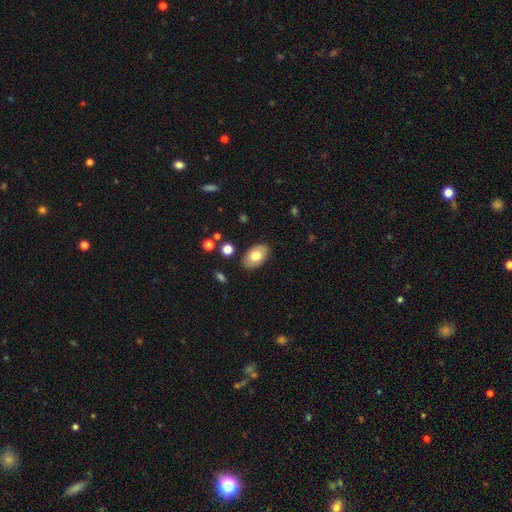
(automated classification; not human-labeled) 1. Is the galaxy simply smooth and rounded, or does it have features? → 74% smooth, 19% featured or disk, 7% star or artifact.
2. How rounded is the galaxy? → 91% in between, 8% round, 1% cigar-shaped.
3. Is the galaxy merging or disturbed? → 86% none, 10% minor disturbance, 2% major disturbance, 2% merger.